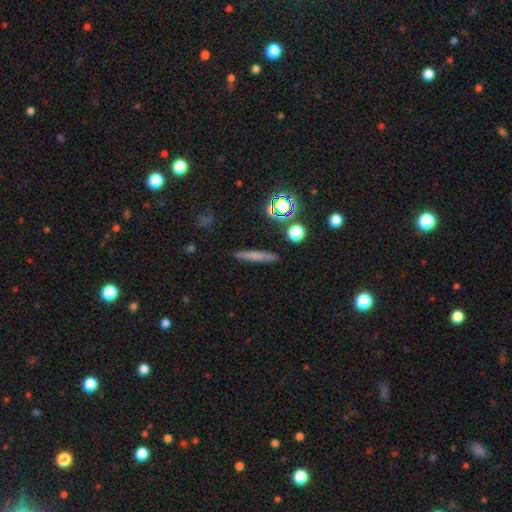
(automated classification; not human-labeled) This is likely a smooth galaxy (64%). How rounded: clearly cigar-shaped (90%). Merging: clearly none (89%).